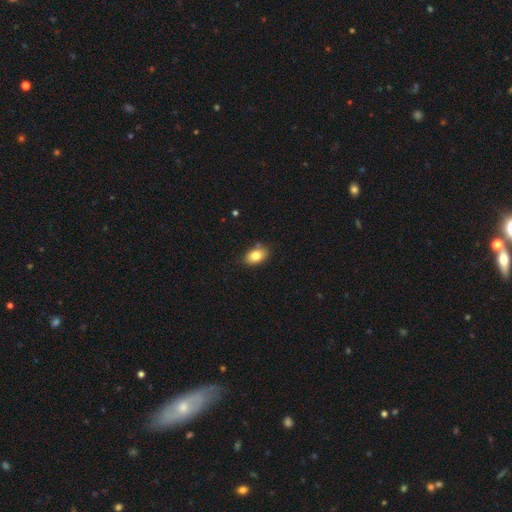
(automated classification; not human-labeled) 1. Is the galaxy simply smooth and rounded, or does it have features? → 82% smooth, 10% featured or disk, 9% star or artifact.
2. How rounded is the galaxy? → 85% in between, 14% round, 2% cigar-shaped.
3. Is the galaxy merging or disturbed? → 79% none, 15% minor disturbance, 3% merger, 3% major disturbance.